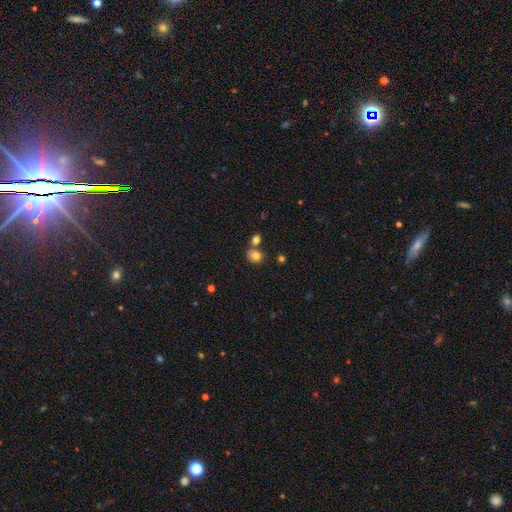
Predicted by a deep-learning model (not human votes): Overall: smooth (78%). How rounded: round (67%; in between 32%). Merging: none (60%; merger 24%).